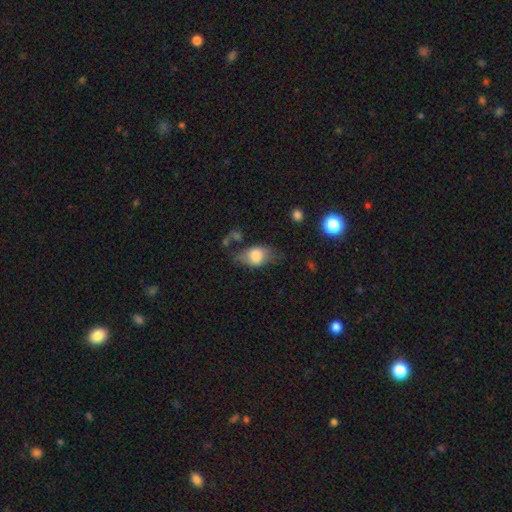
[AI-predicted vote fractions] Smooth or featured? smooth (63%)
How rounded? in between (82%)
Merging? none (47%)